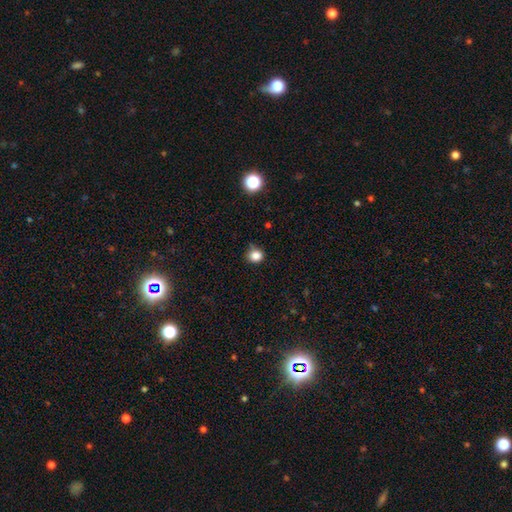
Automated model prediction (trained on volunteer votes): A smooth galaxy with no disk features (84%) that is round (80%). Merging: none (76%).